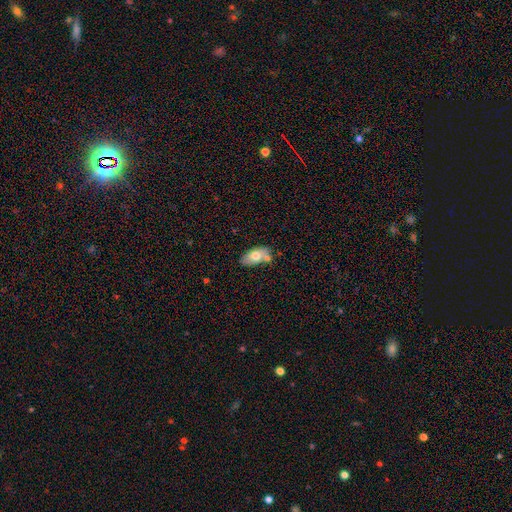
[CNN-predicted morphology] A smooth galaxy with no disk features (68%) that is in between round and cigar-shaped (92%).

Vote fractions:
- Smooth or featured? smooth: 68% / featured or disk: 25% / star or artifact: 7%
- How rounded? in between: 92% / round: 4% / cigar-shaped: 4%
- Merging? none: 62% / merger: 18% / minor disturbance: 17% / major disturbance: 4%